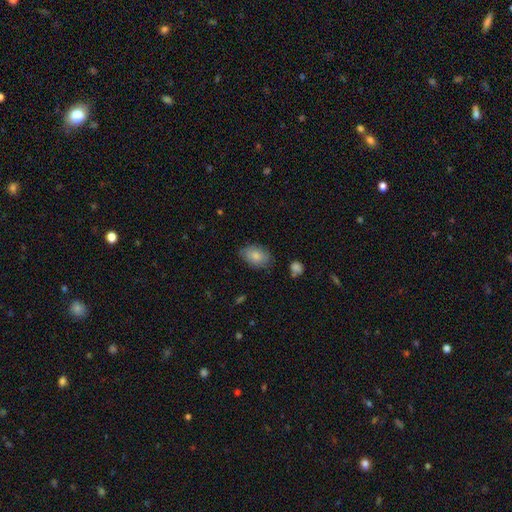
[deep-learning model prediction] Smooth or featured? Predicted: smooth (p=0.82). How rounded? Predicted: in between (p=0.87). Merging? Predicted: none (p=0.76).